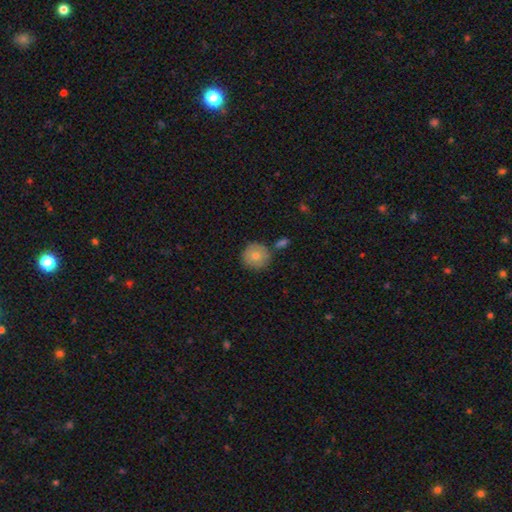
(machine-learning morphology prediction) Smooth or featured? Predicted: smooth (p=0.77). How rounded? Predicted: round (p=0.93). Merging? Predicted: none (p=0.77).